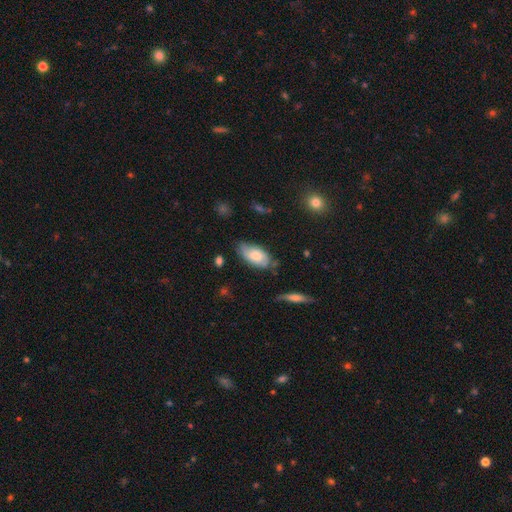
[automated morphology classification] A smooth galaxy with no disk features (65%) that is in between round and cigar-shaped (93%).

Vote fractions:
- Smooth or featured? smooth: 65% / featured or disk: 29% / star or artifact: 7%
- How rounded? in between: 93% / cigar-shaped: 4% / round: 3%
- Merging? none: 63% / minor disturbance: 28% / major disturbance: 6% / merger: 3%